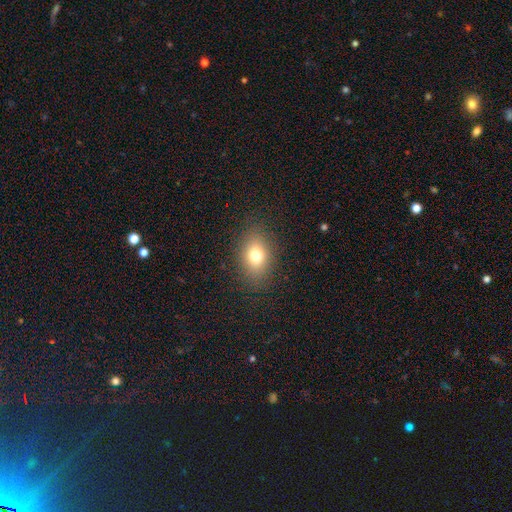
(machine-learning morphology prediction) Smooth or featured? Predicted: smooth (p=0.75). How rounded? Predicted: in between (p=0.72). Merging? Predicted: none (p=0.86).